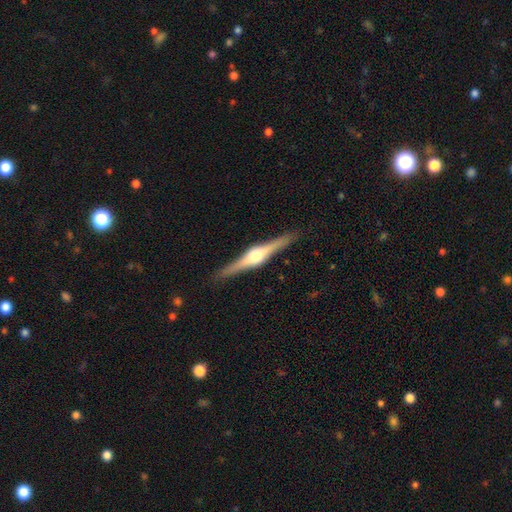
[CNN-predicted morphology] Overall: featured or disk (81%). Edge-on disk: yes (98%). Edge-on bulge: rounded (91%). Merging: none (90%).